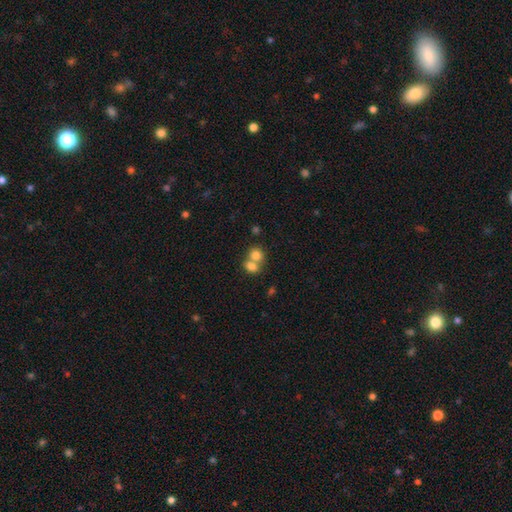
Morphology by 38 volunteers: Smooth or featured: smooth — 84% (featured or disk — 8%)
How rounded: round — 59% (in between — 41%)
Merging: merger — 63% (none — 31%)